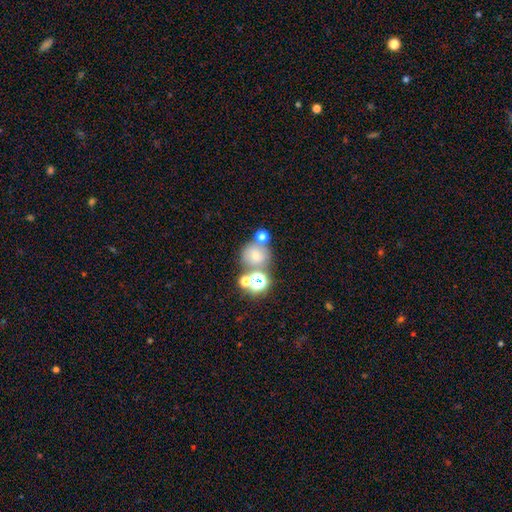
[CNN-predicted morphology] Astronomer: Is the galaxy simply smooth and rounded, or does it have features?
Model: smooth — 60%.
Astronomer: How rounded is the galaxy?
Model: round — 83%.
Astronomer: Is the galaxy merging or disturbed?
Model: none — 53% (runner-up: merger, 30%).